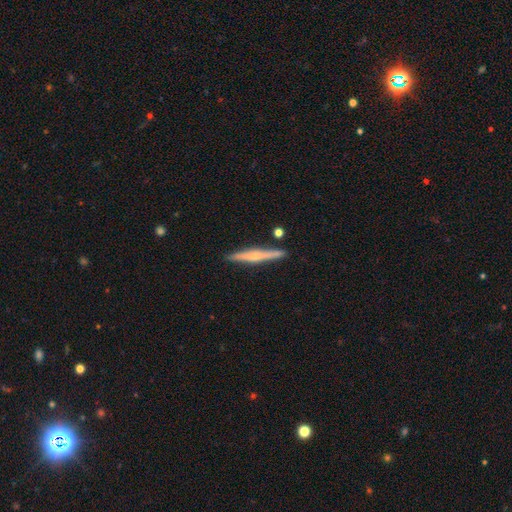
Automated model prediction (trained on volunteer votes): smooth_or_featured: featured or disk (p=0.61) [alt: smooth p=0.33]
disk_edge_on: yes (p=0.98) [alt: no p=0.02]
edge_on_bulge: rounded (p=0.69) [alt: none p=0.18]
merging: none (p=0.87) [alt: minor disturbance p=0.08]